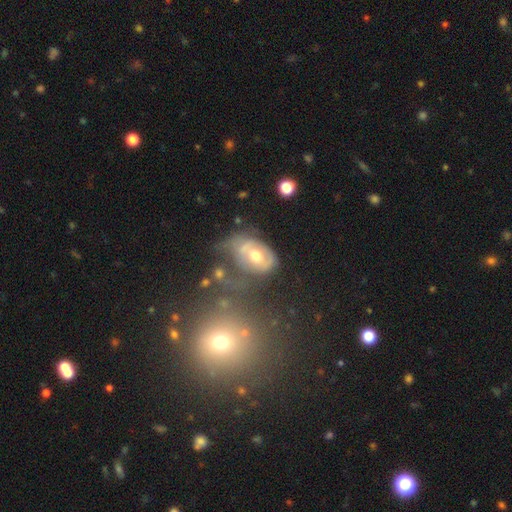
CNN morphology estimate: smooth_or_featured: featured or disk (p=0.58) [alt: smooth p=0.34]
disk_edge_on: no (p=0.95) [alt: yes p=0.05]
bar: no (p=0.68) [alt: weak p=0.24]
has_spiral_arms: no (p=0.56) [alt: yes p=0.44]
bulge_size: moderate (p=0.74) [alt: small p=0.14]
merging: major disturbance (p=0.32) [alt: none p=0.26]